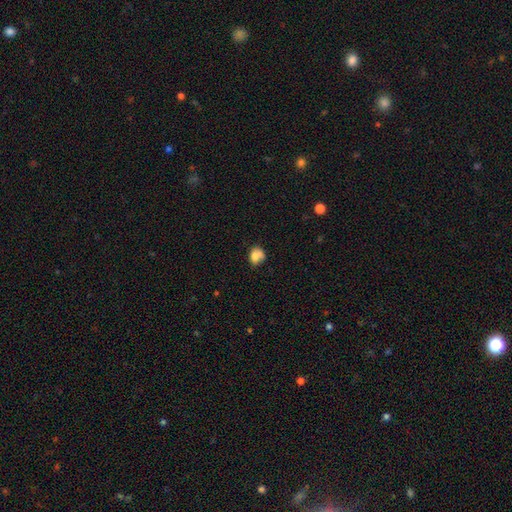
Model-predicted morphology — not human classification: Smooth or featured? smooth (69%)
How rounded? in between (54%)
Merging? none (39%)